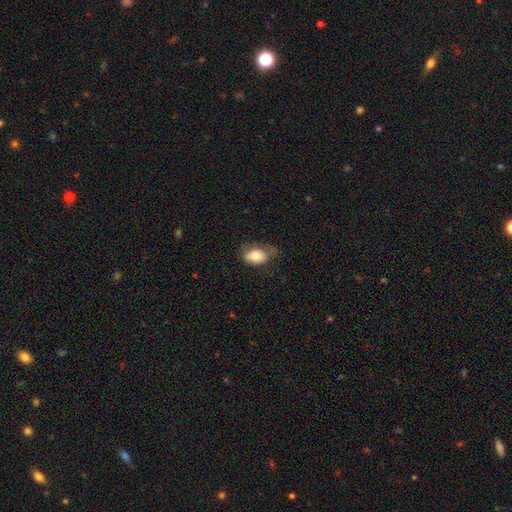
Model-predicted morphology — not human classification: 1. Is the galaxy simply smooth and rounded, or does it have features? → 77% smooth, 16% featured or disk, 7% star or artifact.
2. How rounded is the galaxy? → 88% in between, 10% round, 2% cigar-shaped.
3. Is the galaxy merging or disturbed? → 40% none, 37% minor disturbance, 22% major disturbance, 2% merger.